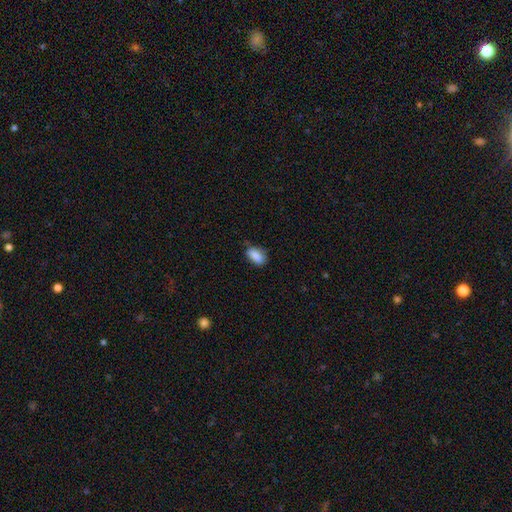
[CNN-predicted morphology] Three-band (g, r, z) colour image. It shows a smooth galaxy with no disk features (87%) that is in between round and cigar-shaped (89%). Merging: none (74%).